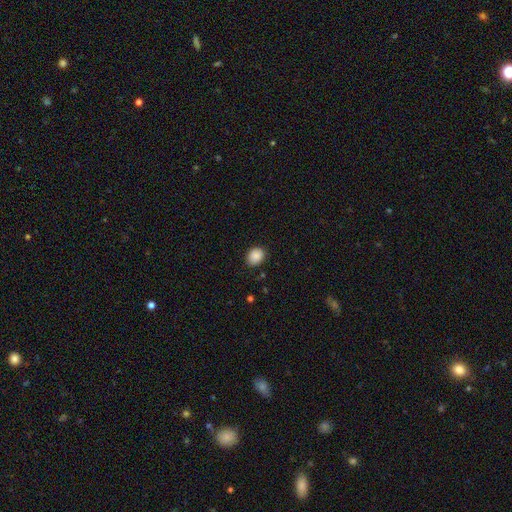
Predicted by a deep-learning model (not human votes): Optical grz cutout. It shows a smooth galaxy with no disk features (87%) that is in between round and cigar-shaped (52%). Merging: none (85%).